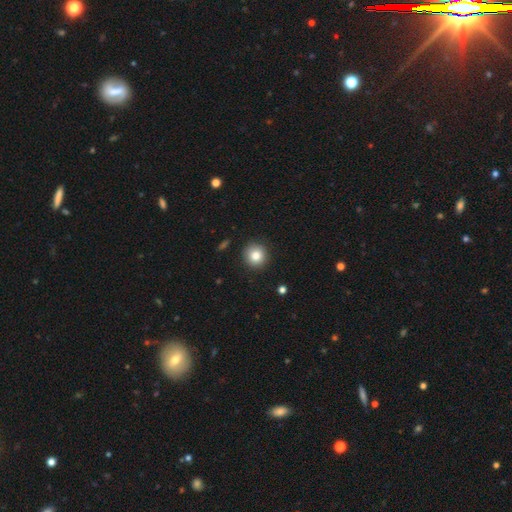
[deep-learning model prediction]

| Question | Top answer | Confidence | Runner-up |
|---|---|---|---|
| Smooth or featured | smooth | 82% | star or artifact (10%) |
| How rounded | round | 93% | in between (6%) |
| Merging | none | 91% | minor disturbance (6%) |